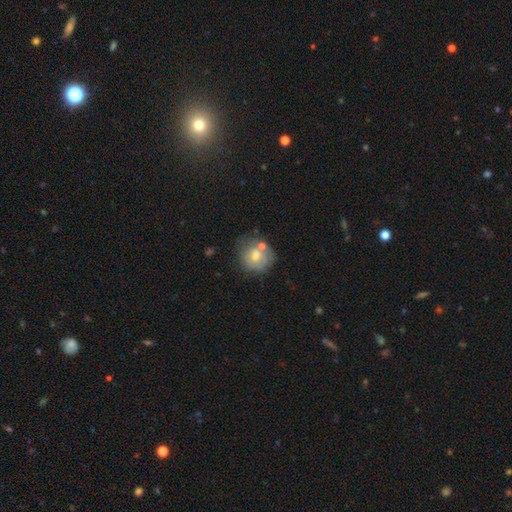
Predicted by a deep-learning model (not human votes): This appears to be a smooth galaxy with no disk features (68%) that is round (84%). Merging: none (53%).